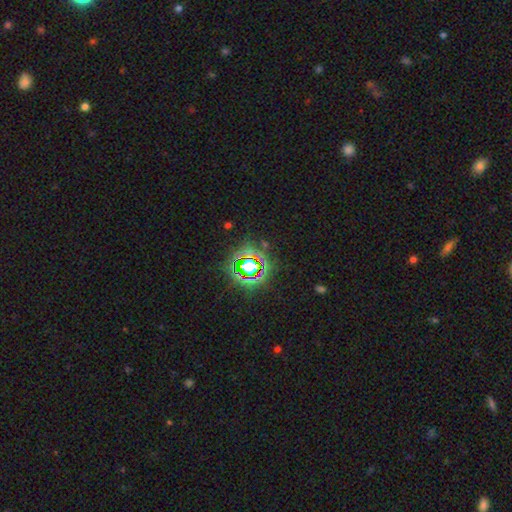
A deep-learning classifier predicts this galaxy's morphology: Smooth or featured: star or artifact — 76% (smooth — 14%)